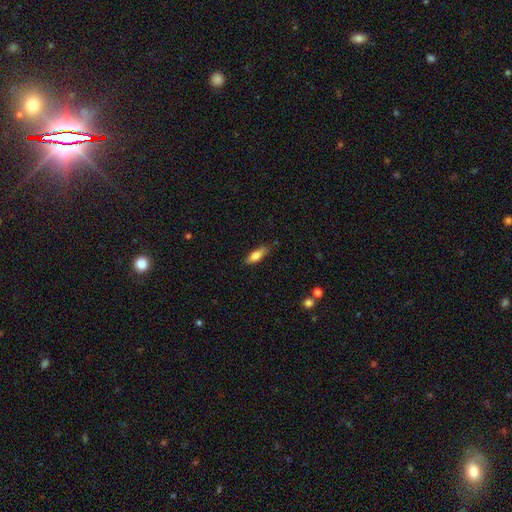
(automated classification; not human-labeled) This is likely a smooth galaxy (73%). How rounded: possibly in between (57%). Merging: likely none (75%).